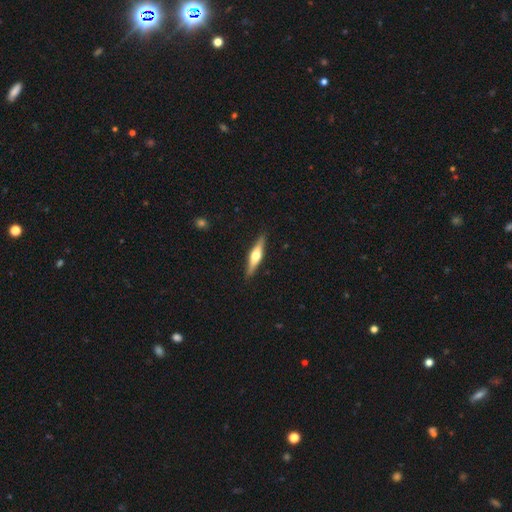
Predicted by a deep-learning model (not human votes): featured or disk 64%, smooth 31%, star or artifact 5%. Down the decision tree: edge-on disk — yes (96%); edge-on bulge — rounded (94%); merging — none (90%).